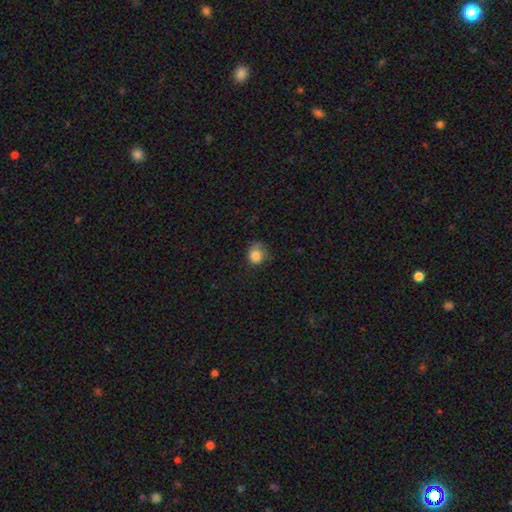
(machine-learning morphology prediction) A smooth galaxy with no disk features (82%) that is round (74%). Merging: none (51%).